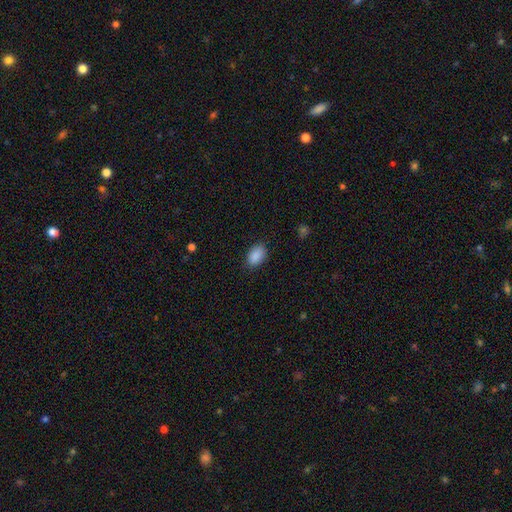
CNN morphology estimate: smooth-or-featured: smooth: 89% | star or artifact: 8% | featured or disk: 3%
  how-rounded: in between: 87% | round: 12% | cigar-shaped: 1%
  merging: none: 83% | minor disturbance: 13% | major disturbance: 3% | merger: 1%